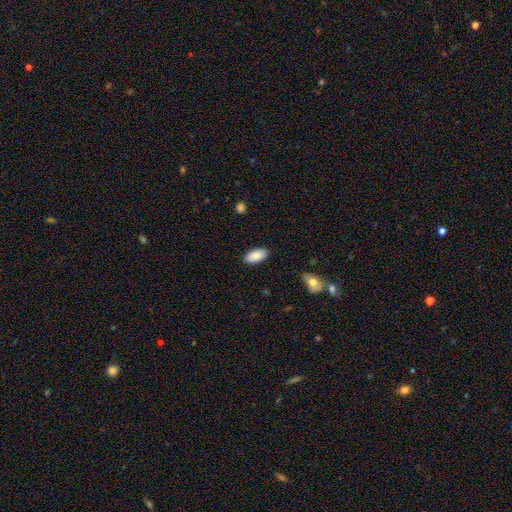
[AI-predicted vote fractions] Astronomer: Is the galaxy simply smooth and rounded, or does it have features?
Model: smooth — 88%.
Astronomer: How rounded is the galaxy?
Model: in between — 94%.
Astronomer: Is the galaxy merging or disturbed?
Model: none — 88%.